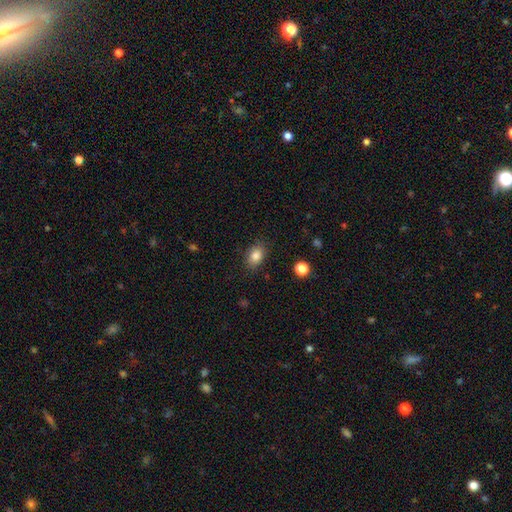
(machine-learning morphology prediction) Smooth or featured: smooth — 85% (star or artifact — 9%)
How rounded: in between — 79% (round — 20%)
Merging: none — 84% (minor disturbance — 12%)